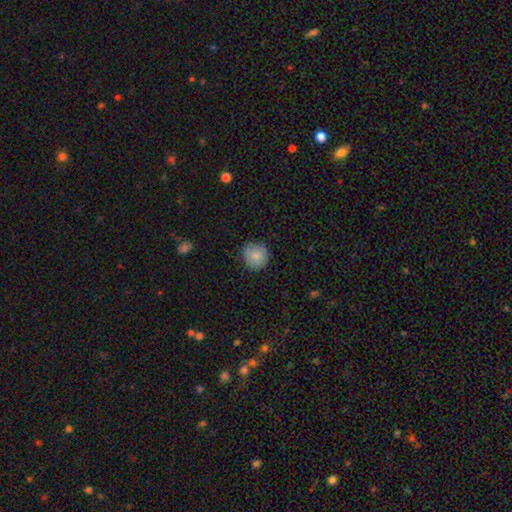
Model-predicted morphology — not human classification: A smooth galaxy with no disk features (85%) that is round (93%). Merging: none (84%).